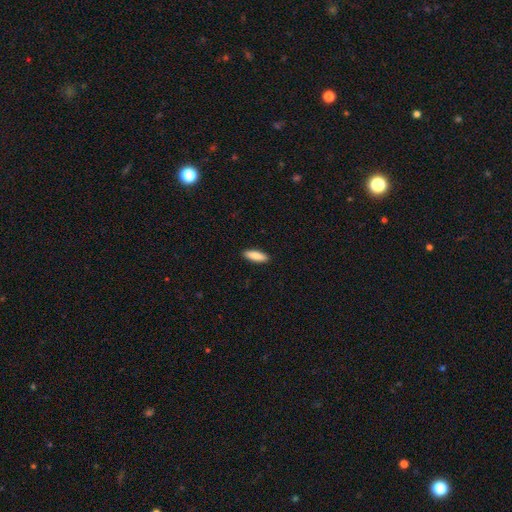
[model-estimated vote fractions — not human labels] This appears to be a smooth galaxy with no disk features (87%) that is in between round and cigar-shaped (54%). Merging: none (91%).